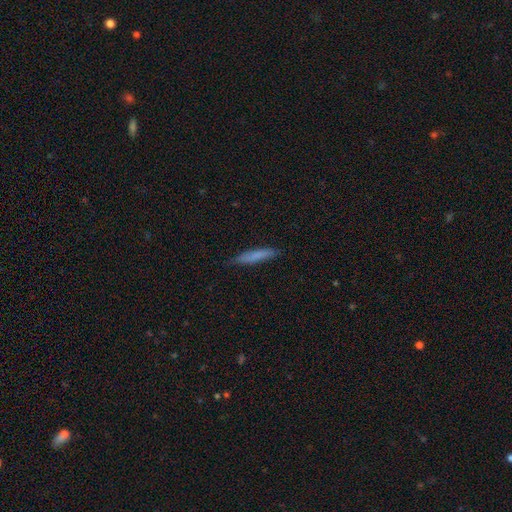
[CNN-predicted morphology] smooth 75%, featured or disk 19%, star or artifact 6%. Down the decision tree: how rounded — cigar-shaped (91%); merging — none (85%).